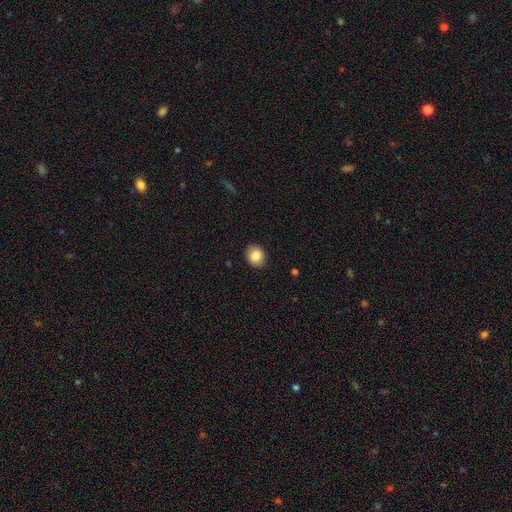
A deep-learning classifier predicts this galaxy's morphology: smooth_or_featured: smooth (p=0.84) [alt: star or artifact p=0.09]
how_rounded: round (p=0.64) [alt: in between p=0.36]
merging: none (p=0.90) [alt: minor disturbance p=0.07]